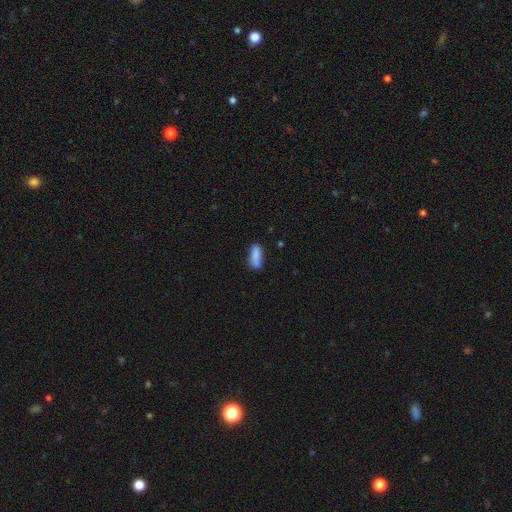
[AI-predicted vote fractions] smooth-or-featured: smooth: 85% | featured or disk: 8% | star or artifact: 8%
  how-rounded: in between: 65% | cigar-shaped: 33% | round: 2%
  merging: none: 65% | minor disturbance: 23% | merger: 6% | major disturbance: 5%